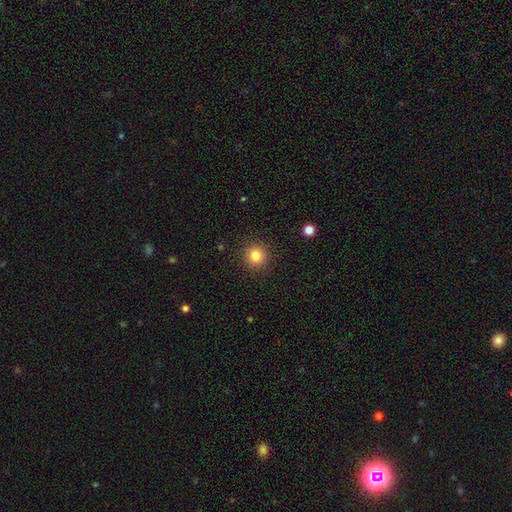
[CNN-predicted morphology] This appears to be a smooth galaxy with no disk features (82%) that is round (95%). Merging: none (91%).